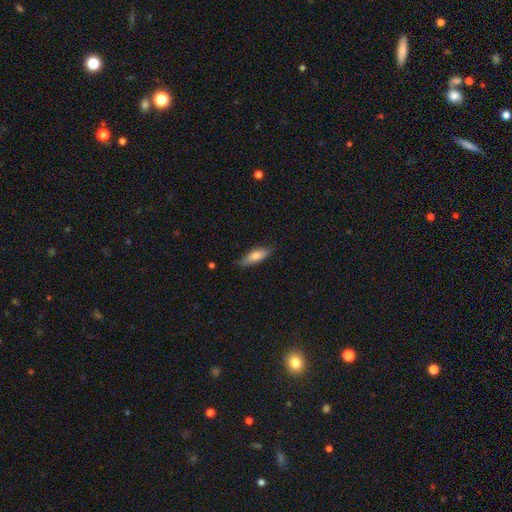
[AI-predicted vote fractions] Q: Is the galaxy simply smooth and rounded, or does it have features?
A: smooth — 74%.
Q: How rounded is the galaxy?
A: in between — 54%.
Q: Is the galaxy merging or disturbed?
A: none — 78%.